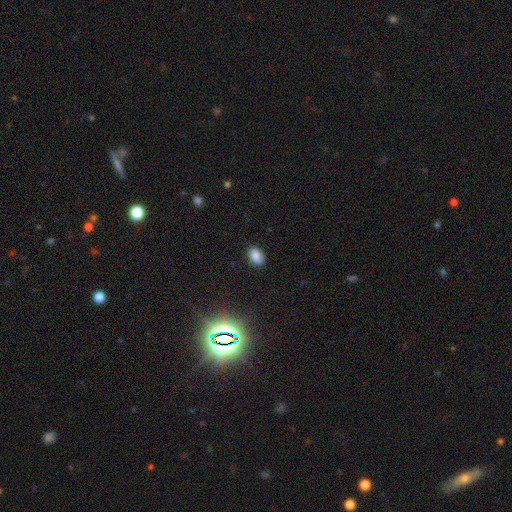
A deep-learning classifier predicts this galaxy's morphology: The model was most divided on "smooth or featured": smooth: 82%, star or artifact: 12%, featured or disk: 6%. More confident: how rounded — in between (85%); merging — none (84%).